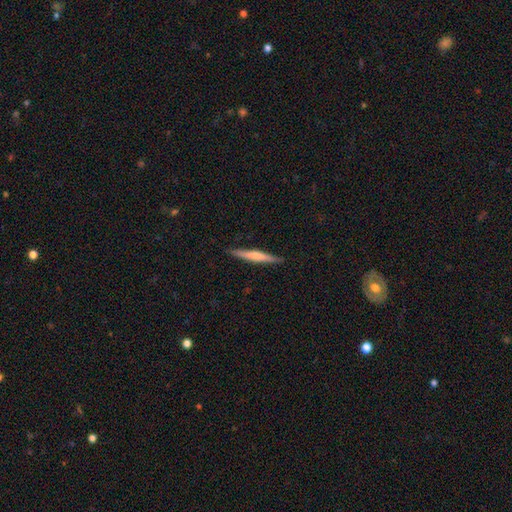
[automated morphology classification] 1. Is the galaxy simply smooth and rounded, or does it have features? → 51% smooth, 43% featured or disk, 5% star or artifact.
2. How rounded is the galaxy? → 95% cigar-shaped, 4% in between, 1% round.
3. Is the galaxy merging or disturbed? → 89% none, 8% minor disturbance, 2% major disturbance, 1% merger.